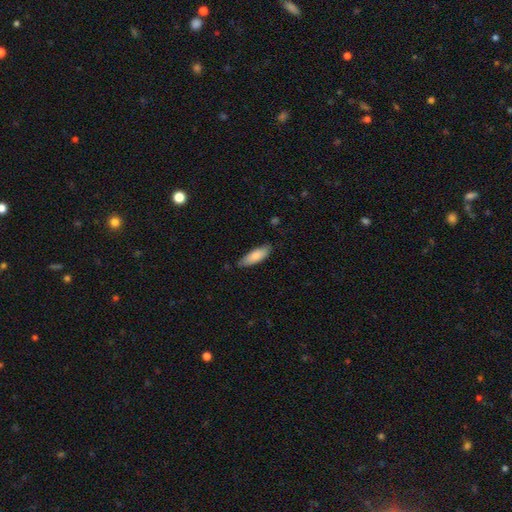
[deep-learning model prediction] Q: Smooth or featured?
A: smooth (81%); runner-up: featured or disk (14%)
Q: How rounded?
A: in between (64%); runner-up: cigar-shaped (34%)
Q: Merging?
A: none (75%); runner-up: minor disturbance (20%)